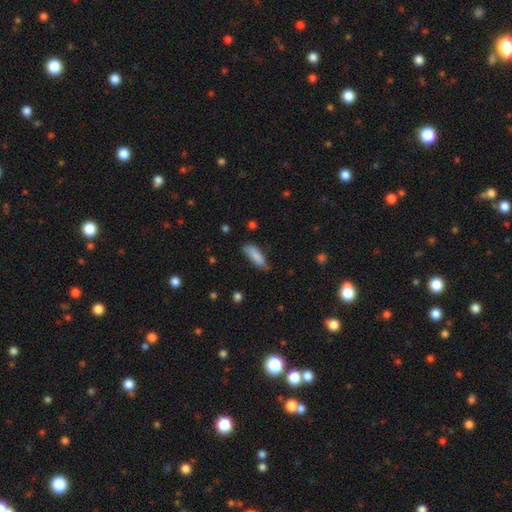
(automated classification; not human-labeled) A smooth galaxy with no disk features (85%) that is in between round and cigar-shaped (53%).

Vote fractions:
- Smooth or featured? smooth: 85% / featured or disk: 8% / star or artifact: 7%
- How rounded? in between: 53% / cigar-shaped: 45% / round: 2%
- Merging? none: 63% / minor disturbance: 29% / major disturbance: 6% / merger: 2%